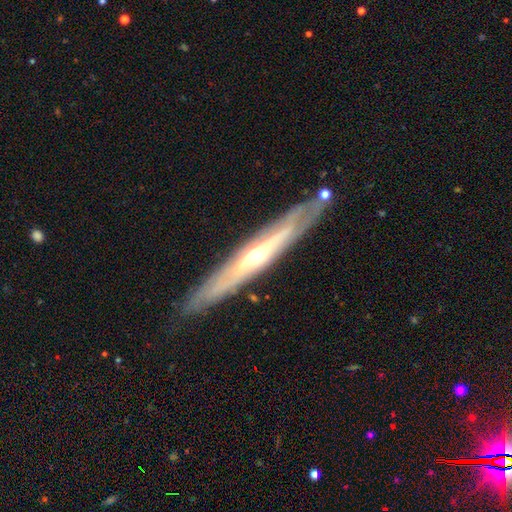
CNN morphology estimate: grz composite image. It shows a featured or disk galaxy (76%) viewed edge-on (77%) with a rounded central bulge (78%). Merging: none (83%).